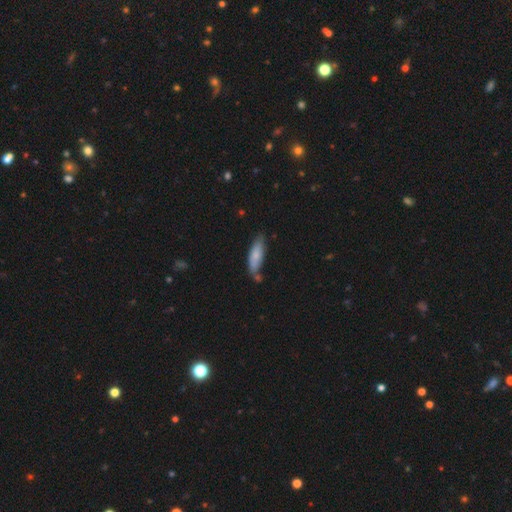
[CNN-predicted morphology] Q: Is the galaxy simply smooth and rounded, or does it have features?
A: smooth — 76%.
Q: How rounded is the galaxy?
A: in between — 52%.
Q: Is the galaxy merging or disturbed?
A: none — 59%.